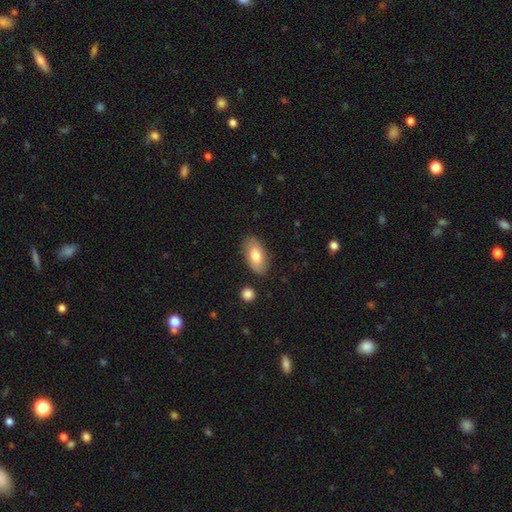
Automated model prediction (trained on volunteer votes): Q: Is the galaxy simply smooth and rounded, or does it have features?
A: smooth — 74%.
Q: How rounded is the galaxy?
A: in between — 93%.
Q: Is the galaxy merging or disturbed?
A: none — 84%.